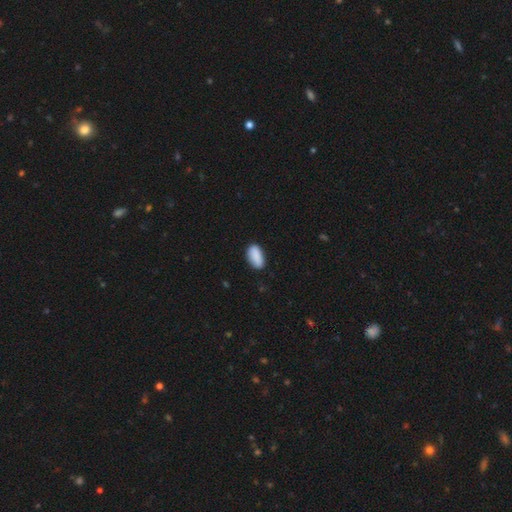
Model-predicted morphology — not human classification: Smooth or featured? Predicted: smooth (p=0.89). How rounded? Predicted: in between (p=0.92). Merging? Predicted: none (p=0.82).